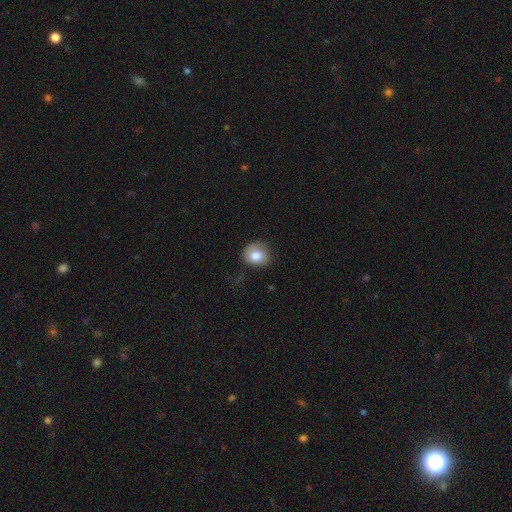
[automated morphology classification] A smooth galaxy with no disk features (78%) that is round (67%). Merging: none (62%).